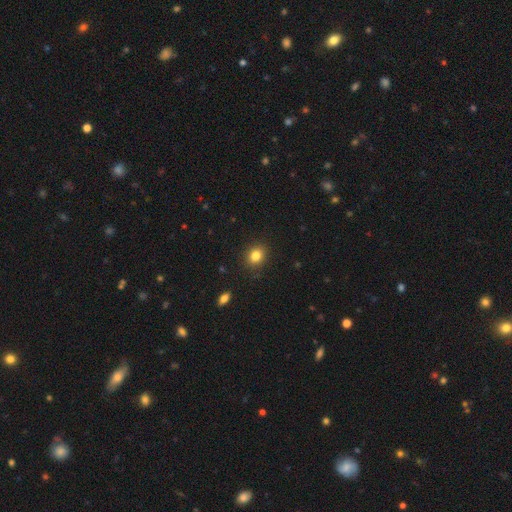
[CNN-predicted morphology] Q: Smooth or featured?
A: smooth (83%); runner-up: star or artifact (11%)
Q: How rounded?
A: round (63%); runner-up: in between (36%)
Q: Merging?
A: none (89%); runner-up: minor disturbance (8%)